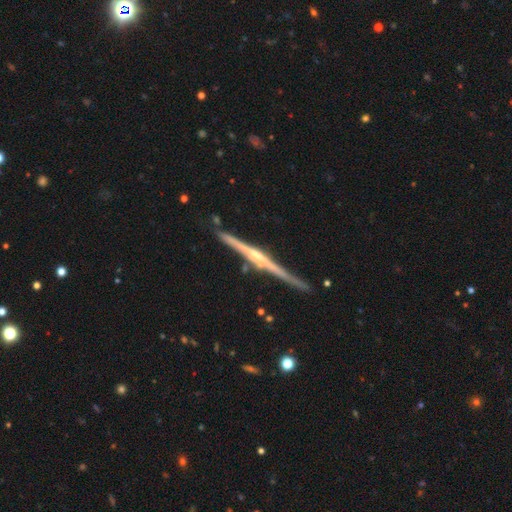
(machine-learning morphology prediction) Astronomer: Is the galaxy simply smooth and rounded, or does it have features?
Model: featured or disk — 85%.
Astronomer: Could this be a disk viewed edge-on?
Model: yes — 98%.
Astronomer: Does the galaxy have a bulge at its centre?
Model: rounded — 71%.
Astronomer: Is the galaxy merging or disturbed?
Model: none — 82%.